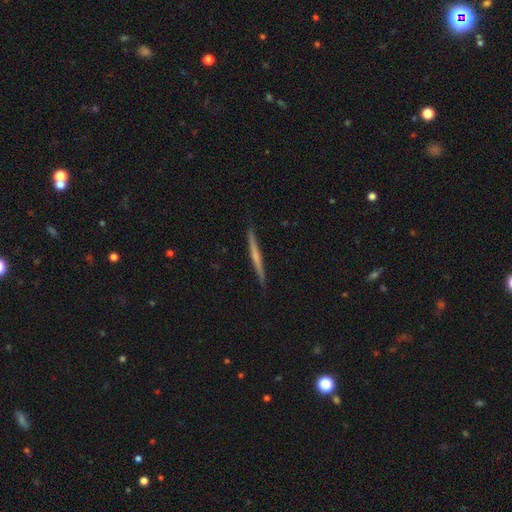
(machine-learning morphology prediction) A featured or disk galaxy (58%) viewed edge-on (98%) with no central bulge (63%). Merging: none (91%).